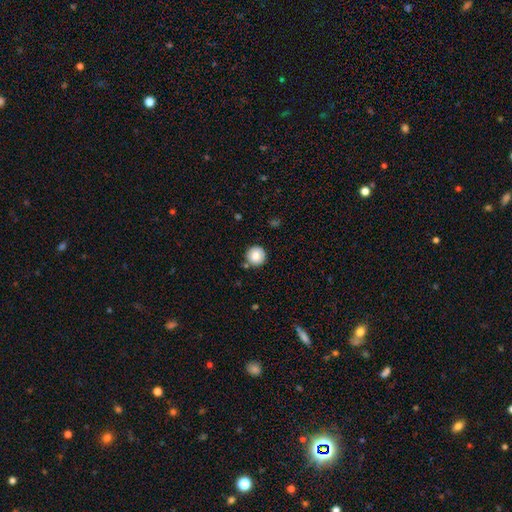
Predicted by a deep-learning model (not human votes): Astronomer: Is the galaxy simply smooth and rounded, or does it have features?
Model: smooth — 81%.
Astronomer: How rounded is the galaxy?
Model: round — 95%.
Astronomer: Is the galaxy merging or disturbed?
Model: none — 87%.